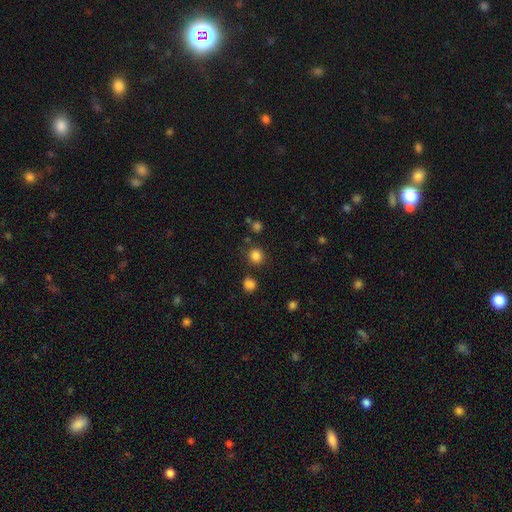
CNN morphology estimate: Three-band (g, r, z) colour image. It shows a smooth galaxy with no disk features (83%) that is round (91%). Merging: none (84%).